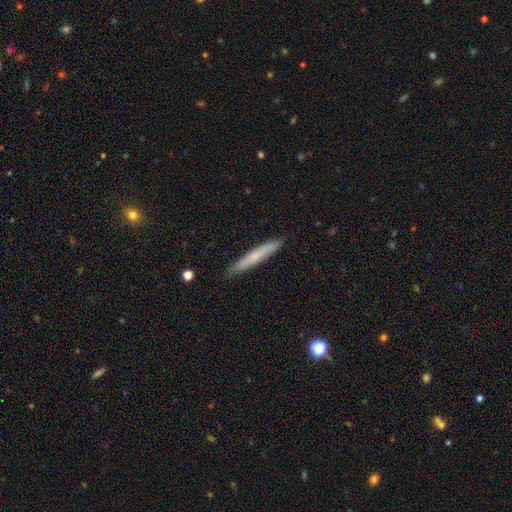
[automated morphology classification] Smooth or featured: smooth — 63% (featured or disk — 31%)
How rounded: cigar-shaped — 95% (in between — 4%)
Merging: none — 87% (minor disturbance — 10%)